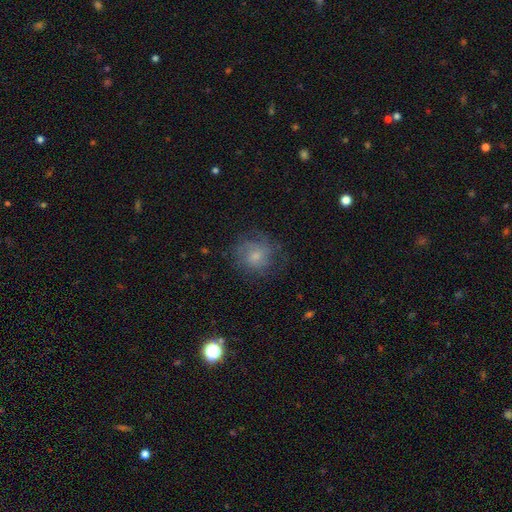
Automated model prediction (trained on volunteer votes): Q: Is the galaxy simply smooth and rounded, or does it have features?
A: smooth — 53%.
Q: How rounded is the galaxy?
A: round — 82%.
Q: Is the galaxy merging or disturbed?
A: none — 64%.